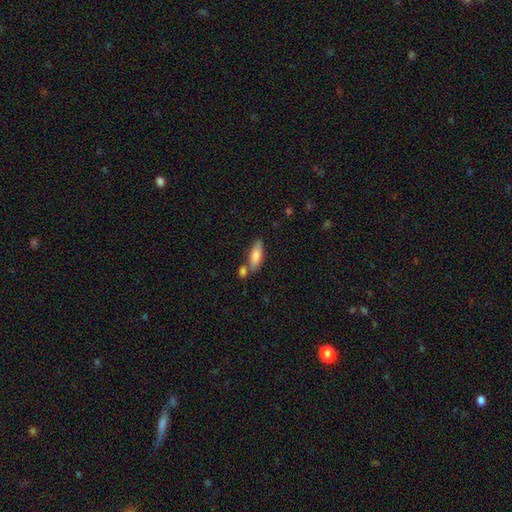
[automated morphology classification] Overall: smooth (79%). How rounded: in between (57%; cigar-shaped 41%). Merging: none (60%; merger 23%).